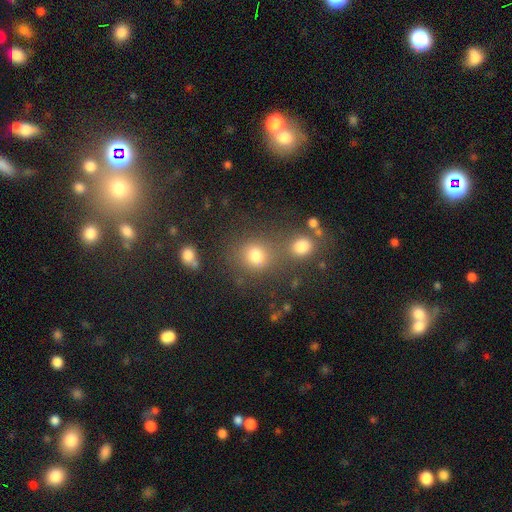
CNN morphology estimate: A smooth galaxy with no disk features (76%) that is round (78%).

Vote fractions:
- Smooth or featured? smooth: 76% / star or artifact: 17% / featured or disk: 8%
- How rounded? round: 78% / in between: 21% / cigar-shaped: 1%
- Merging? none: 61% / merger: 25% / minor disturbance: 10% / major disturbance: 5%